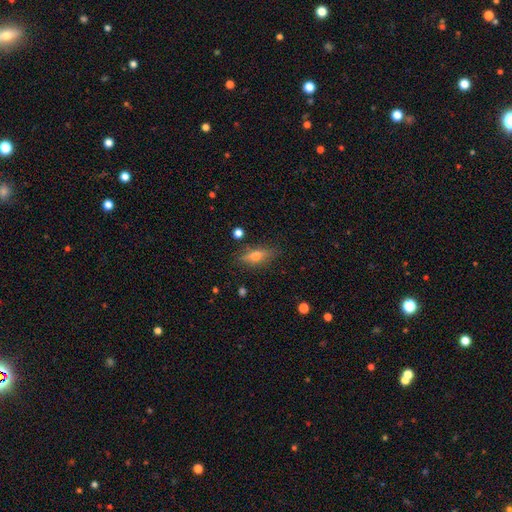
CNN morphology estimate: featured or disk 45% (tied), smooth 45% (tied), star or artifact 10%. Down the decision tree: merging — none (82%).